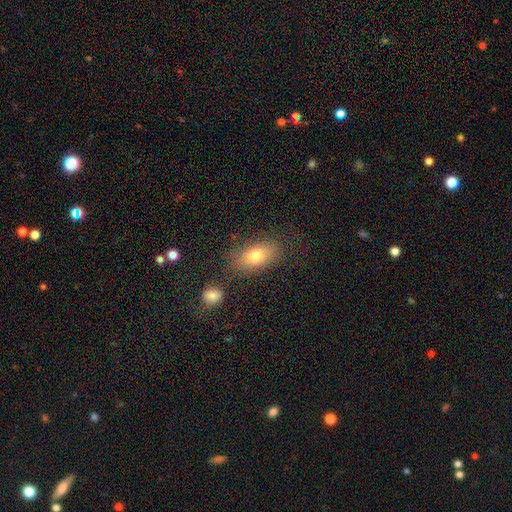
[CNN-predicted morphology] A smooth galaxy with no disk features (79%) that is in between round and cigar-shaped (88%).

Vote fractions:
- Smooth or featured? smooth: 79% / featured or disk: 13% / star or artifact: 8%
- How rounded? in between: 88% / round: 7% / cigar-shaped: 5%
- Merging? none: 76% / minor disturbance: 14% / major disturbance: 5% / merger: 5%